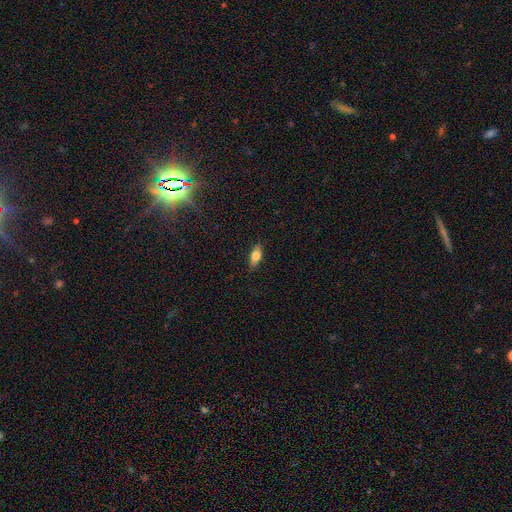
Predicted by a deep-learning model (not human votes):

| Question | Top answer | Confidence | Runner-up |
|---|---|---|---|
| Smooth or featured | smooth | 71% | featured or disk (22%) |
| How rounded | in between | 76% | cigar-shaped (21%) |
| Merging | none | 86% | minor disturbance (10%) |